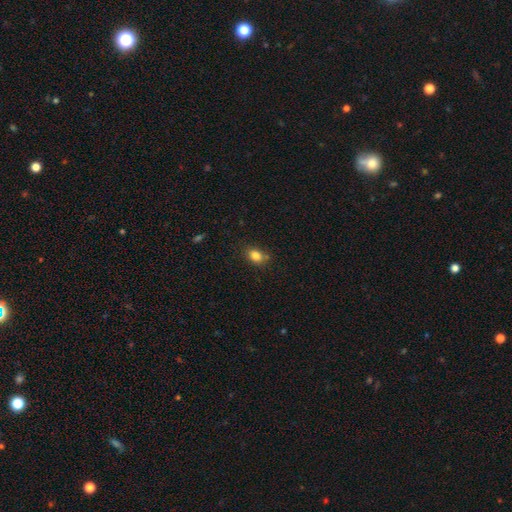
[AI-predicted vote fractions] A smooth galaxy with no disk features (83%) that is in between round and cigar-shaped (66%). Merging: none (77%).